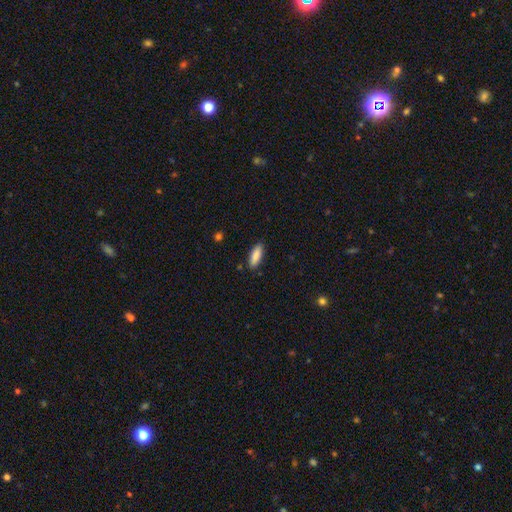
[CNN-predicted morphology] The model was most divided on "how rounded": in between: 65%, cigar-shaped: 34%, round: 2%. More confident: smooth or featured — smooth (88%); merging — none (87%).